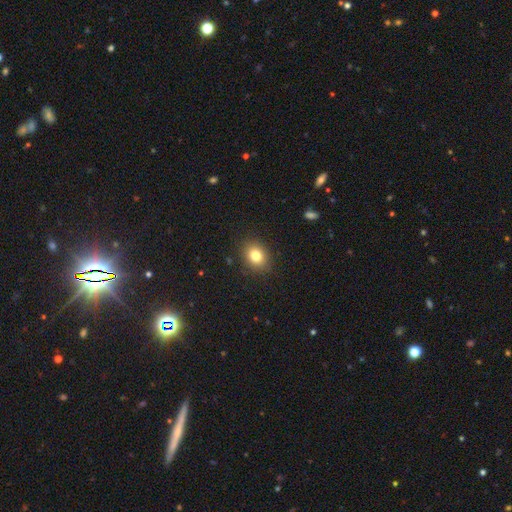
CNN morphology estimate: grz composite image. It shows a smooth galaxy with no disk features (81%) that is in between round and cigar-shaped (53%). Merging: none (89%).